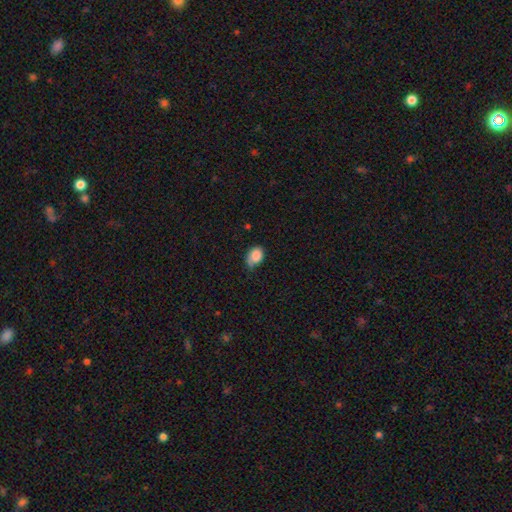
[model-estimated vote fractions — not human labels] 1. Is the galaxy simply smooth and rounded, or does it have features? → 83% smooth, 9% featured or disk, 8% star or artifact.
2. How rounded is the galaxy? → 68% in between, 31% round, 1% cigar-shaped.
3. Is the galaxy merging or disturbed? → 43% minor disturbance, 38% none, 15% major disturbance, 5% merger.